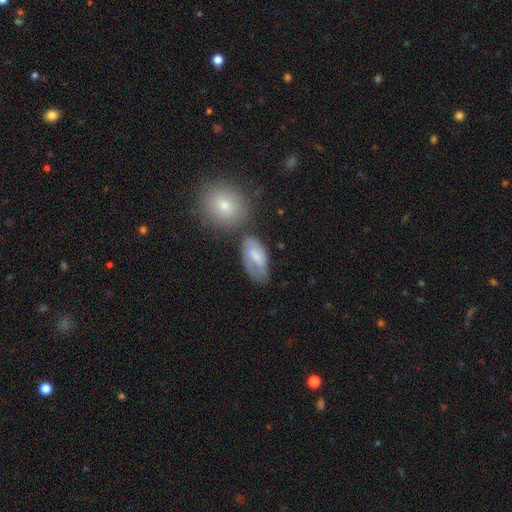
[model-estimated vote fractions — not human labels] Morphology: type=smooth (59%); roundness=in between (90%); merging=none (41%).